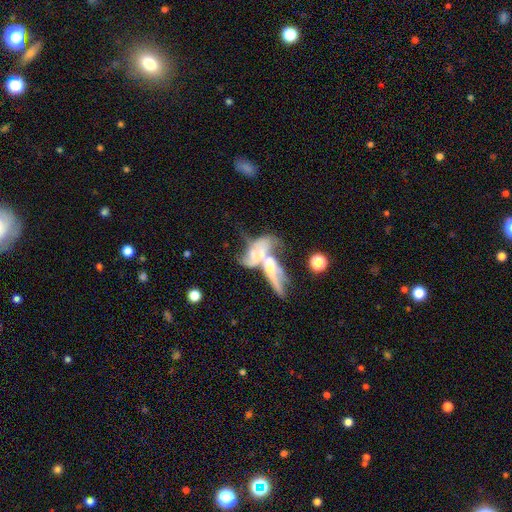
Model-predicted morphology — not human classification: smooth_or_featured: featured or disk (p=0.61) [alt: smooth p=0.30]
disk_edge_on: no (p=0.82) [alt: yes p=0.18]
merging: merger (p=0.72) [alt: major disturbance p=0.12]